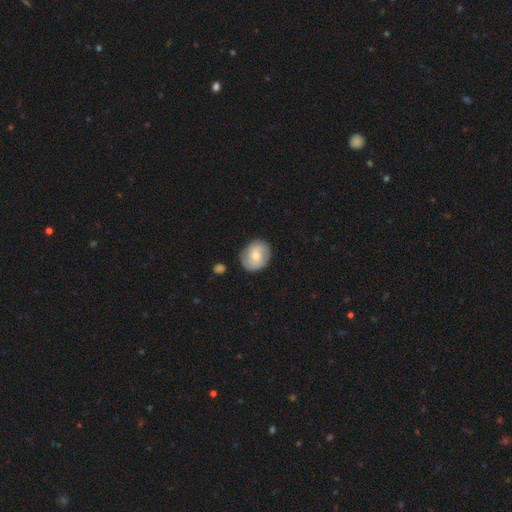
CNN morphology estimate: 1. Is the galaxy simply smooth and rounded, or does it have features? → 54% smooth, 39% featured or disk, 7% star or artifact.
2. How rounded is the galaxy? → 66% round, 33% in between, 1% cigar-shaped.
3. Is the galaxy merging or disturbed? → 77% none, 17% minor disturbance, 4% major disturbance, 2% merger.